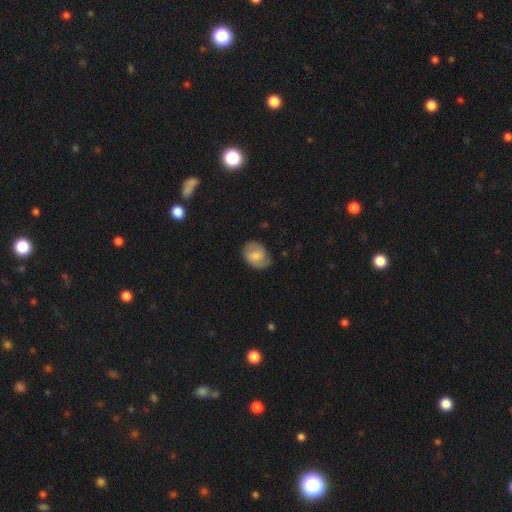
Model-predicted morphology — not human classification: Smooth or featured: smooth — 60% (featured or disk — 33%)
How rounded: in between — 63% (round — 36%)
Merging: none — 67% (minor disturbance — 25%)